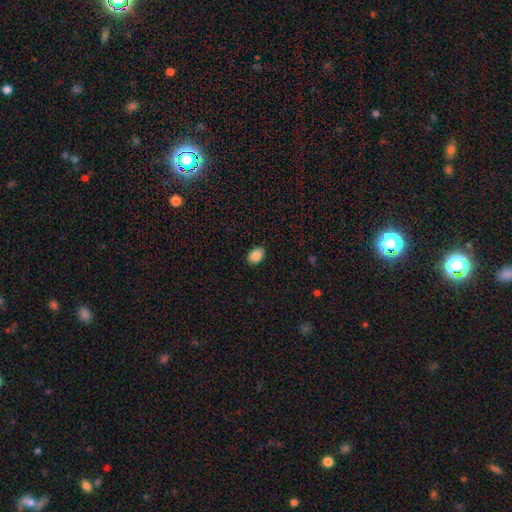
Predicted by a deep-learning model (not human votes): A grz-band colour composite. It shows a smooth galaxy with no disk features (86%) that is in between round and cigar-shaped (83%). Merging: none (89%).